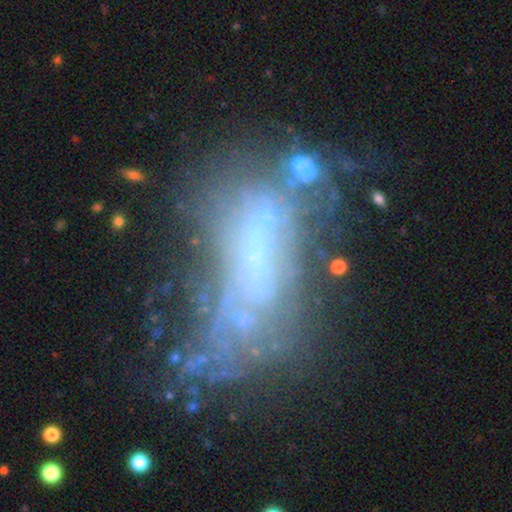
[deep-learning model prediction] The model was most divided on "merging": major disturbance: 33%, none: 30%, merger: 19%, minor disturbance: 18%. More confident: edge-on disk — no (89%); spiral arms — no (79%); bar — no (64%); smooth or featured — featured or disk (60%); bulge size — none (51%).